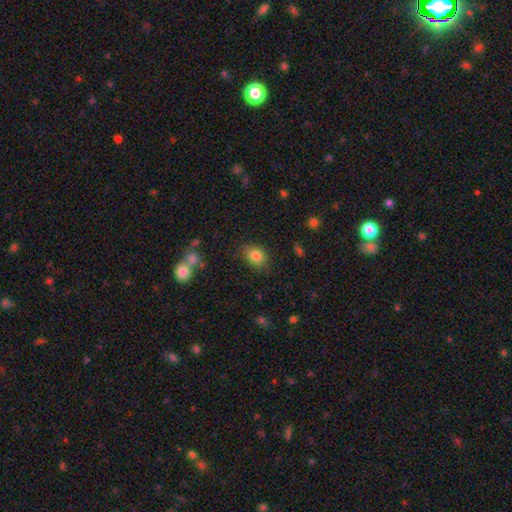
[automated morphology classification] This is clearly a smooth galaxy (83%). How rounded: likely in between (62%). Merging: likely none (77%).